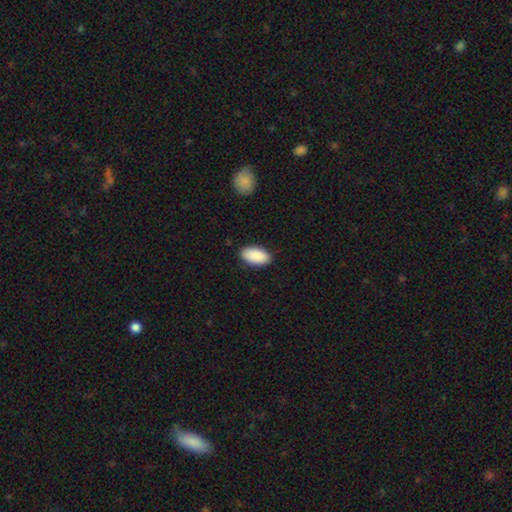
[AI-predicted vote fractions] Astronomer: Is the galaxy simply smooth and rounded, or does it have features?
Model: smooth — 91%.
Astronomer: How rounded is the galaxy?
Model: in between — 95%.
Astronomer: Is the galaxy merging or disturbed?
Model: none — 89%.